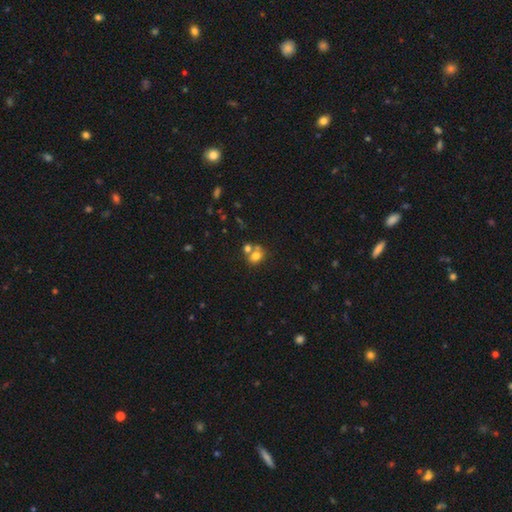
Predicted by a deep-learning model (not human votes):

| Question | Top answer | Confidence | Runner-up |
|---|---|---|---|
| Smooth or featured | smooth | 73% | featured or disk (15%) |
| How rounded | round | 54% | in between (45%) |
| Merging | merger | 44% | none (41%) |